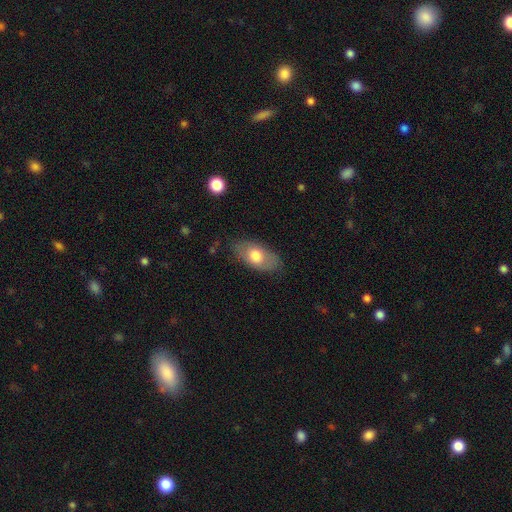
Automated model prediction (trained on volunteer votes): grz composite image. It shows a smooth galaxy with no disk features (68%) that is in between round and cigar-shaped (91%). Merging: none (75%).